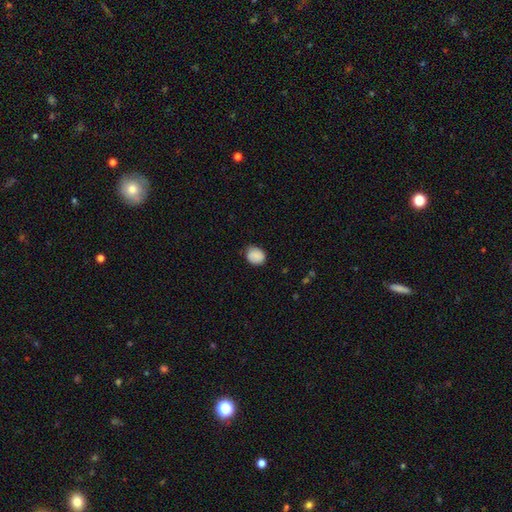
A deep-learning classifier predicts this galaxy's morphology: Q: Smooth or featured?
A: smooth (86%); runner-up: star or artifact (8%)
Q: How rounded?
A: round (64%); runner-up: in between (35%)
Q: Merging?
A: none (77%); runner-up: minor disturbance (19%)